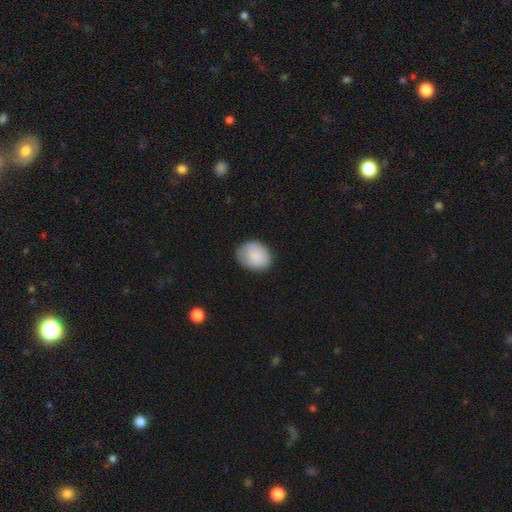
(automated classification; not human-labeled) Q: Smooth or featured?
A: smooth (84%); runner-up: featured or disk (9%)
Q: How rounded?
A: in between (52%); runner-up: round (47%)
Q: Merging?
A: none (77%); runner-up: minor disturbance (18%)